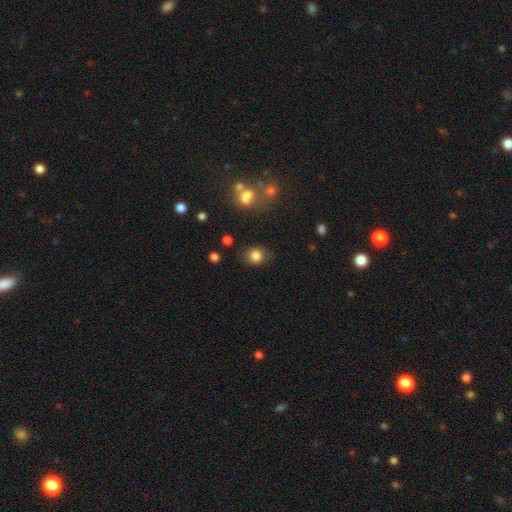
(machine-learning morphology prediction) This is clearly a smooth galaxy (83%). How rounded: likely round (70%). Merging: clearly none (80%).